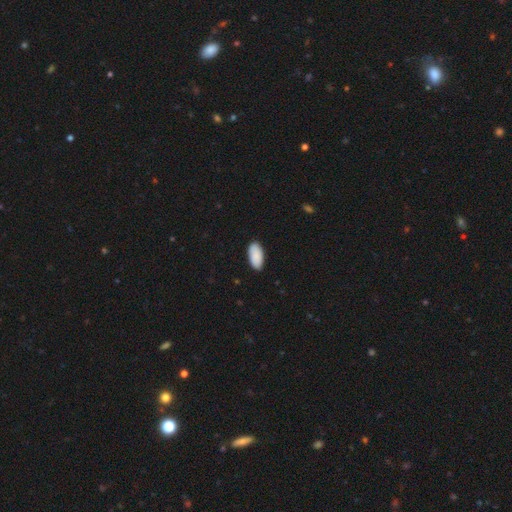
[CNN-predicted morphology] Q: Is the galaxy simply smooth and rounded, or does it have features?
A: smooth — 90%.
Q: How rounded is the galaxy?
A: in between — 95%.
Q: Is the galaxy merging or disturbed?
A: none — 87%.